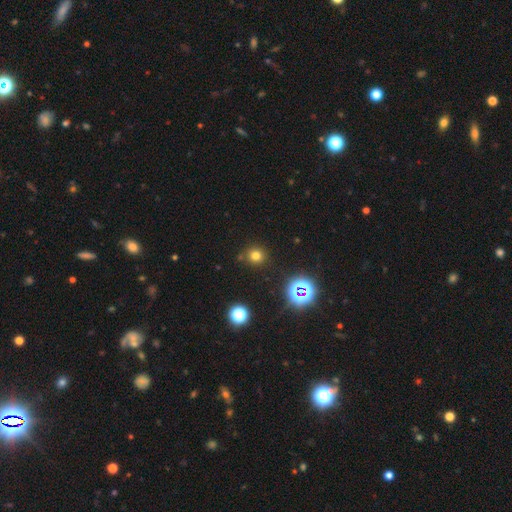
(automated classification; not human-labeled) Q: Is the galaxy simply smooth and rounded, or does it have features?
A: smooth — 71%.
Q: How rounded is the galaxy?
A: round — 90%.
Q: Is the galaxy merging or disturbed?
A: none — 85%.